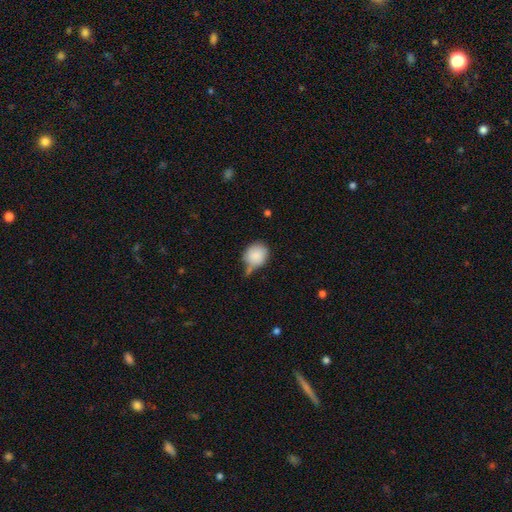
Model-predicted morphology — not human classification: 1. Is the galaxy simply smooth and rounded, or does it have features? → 86% smooth, 7% star or artifact, 7% featured or disk.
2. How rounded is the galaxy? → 74% round, 25% in between, 1% cigar-shaped.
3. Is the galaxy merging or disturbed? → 39% none, 35% minor disturbance, 14% merger, 12% major disturbance.